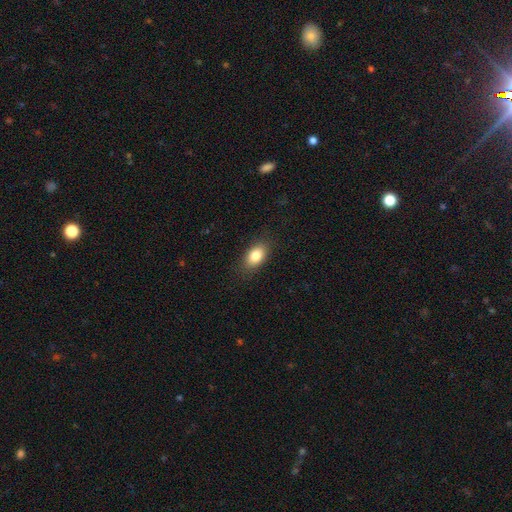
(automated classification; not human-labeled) smooth-or-featured: smooth: 84% | featured or disk: 9% | star or artifact: 8%
  how-rounded: in between: 88% | round: 9% | cigar-shaped: 3%
  merging: none: 85% | minor disturbance: 11% | major disturbance: 3% | merger: 1%